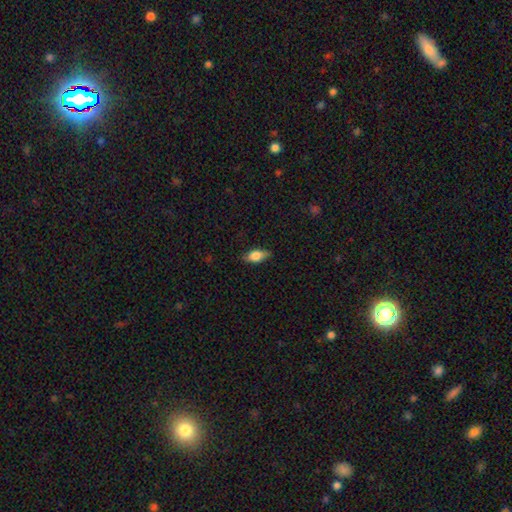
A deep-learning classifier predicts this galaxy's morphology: Smooth or featured? smooth (76%)
How rounded? in between (84%)
Merging? none (81%)